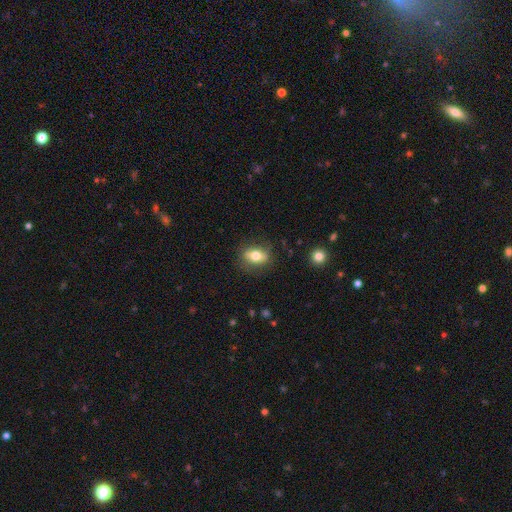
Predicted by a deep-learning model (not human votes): Morphology: type=smooth (65%); roundness=in between (73%); merging=none (80%).